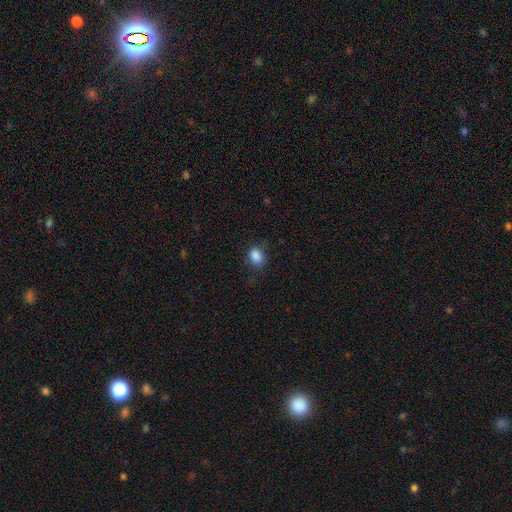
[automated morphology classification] Smooth or featured? Predicted: smooth (p=0.87). How rounded? Predicted: in between (p=0.64). Merging? Predicted: none (p=0.78).